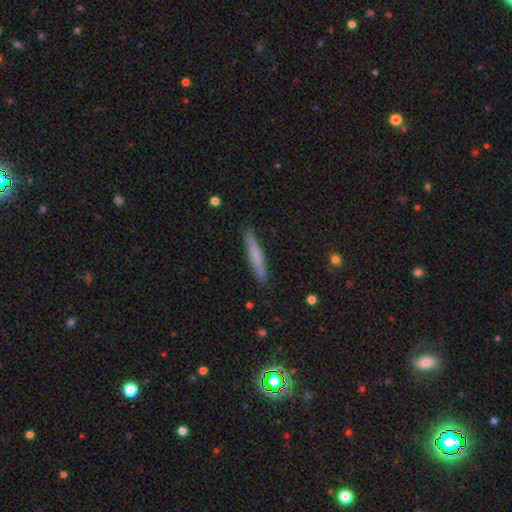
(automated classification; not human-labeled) This appears to be a smooth galaxy with no disk features (66%) that is cigar-shaped (95%). Merging: none (89%).